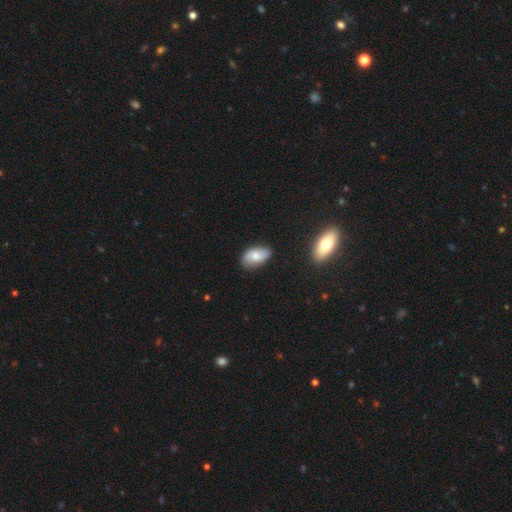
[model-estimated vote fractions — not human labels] A smooth galaxy with no disk features (69%) that is in between round and cigar-shaped (93%).

Vote fractions:
- Smooth or featured? smooth: 69% / featured or disk: 23% / star or artifact: 7%
- How rounded? in between: 93% / round: 5% / cigar-shaped: 2%
- Merging? none: 78% / minor disturbance: 17% / major disturbance: 3% / merger: 2%